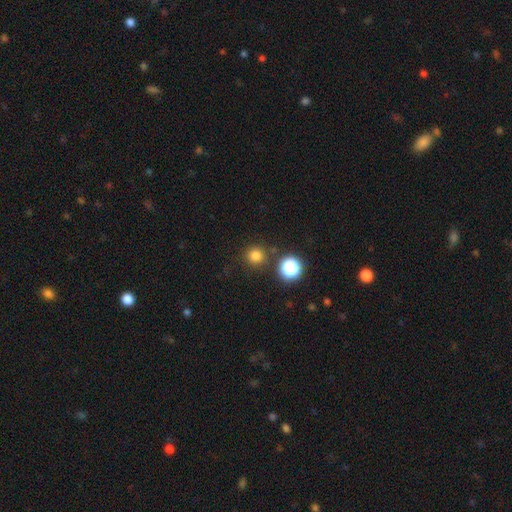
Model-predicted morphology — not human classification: This appears to be a smooth galaxy with no disk features (77%) that is round (94%). Merging: none (86%).